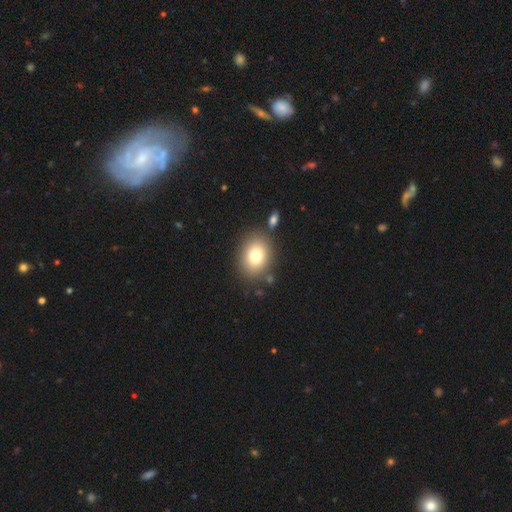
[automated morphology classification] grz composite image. It shows a smooth galaxy with no disk features (78%) that is in between round and cigar-shaped (54%). Merging: none (80%).